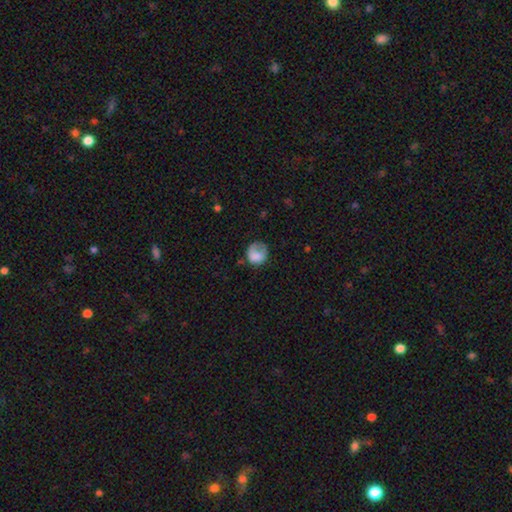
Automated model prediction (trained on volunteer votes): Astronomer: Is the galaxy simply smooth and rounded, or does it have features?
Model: smooth — 73%.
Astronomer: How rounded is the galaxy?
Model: round — 72%.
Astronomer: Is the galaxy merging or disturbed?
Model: none — 42% (runner-up: minor disturbance, 28%).